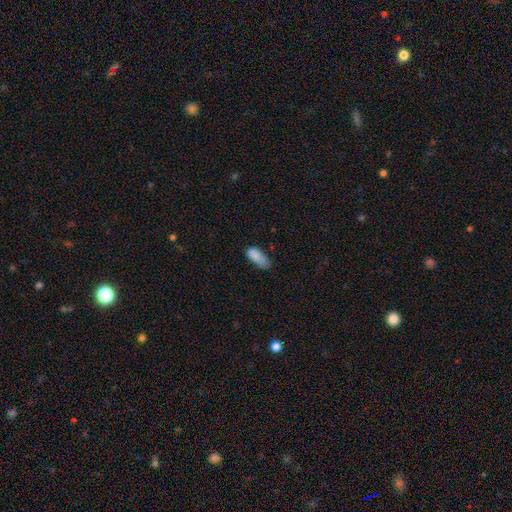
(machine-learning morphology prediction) Smooth or featured? Predicted: smooth (p=0.81). How rounded? Predicted: in between (p=0.86). Merging? Predicted: minor disturbance (p=0.39).